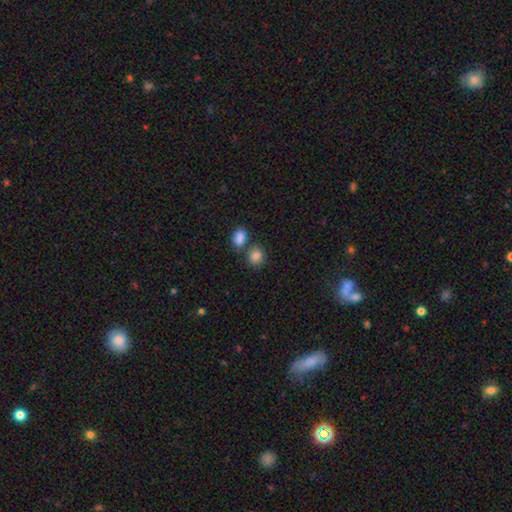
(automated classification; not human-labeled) This is clearly a smooth galaxy (85%). How rounded: possibly round (60%). Merging: likely none (62%).